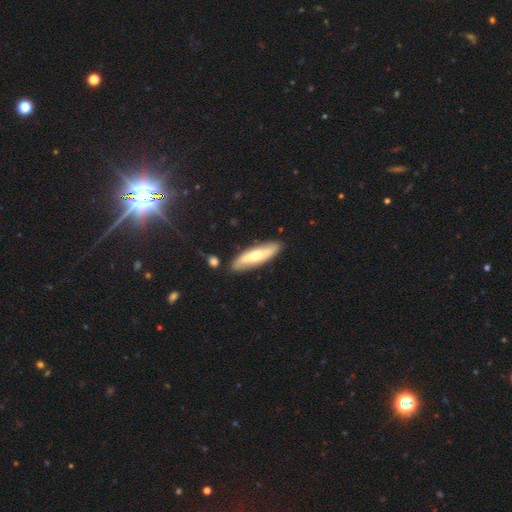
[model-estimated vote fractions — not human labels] Q: Smooth or featured?
A: smooth (48%); runner-up: featured or disk (47%)
Q: Merging?
A: none (85%); runner-up: minor disturbance (10%)